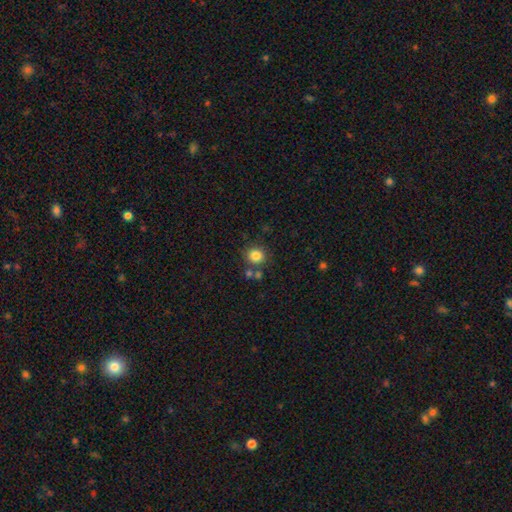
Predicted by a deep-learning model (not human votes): smooth_or_featured: smooth (p=0.83) [alt: star or artifact p=0.11]
how_rounded: round (p=0.89) [alt: in between p=0.10]
merging: none (p=0.76) [alt: merger p=0.12]